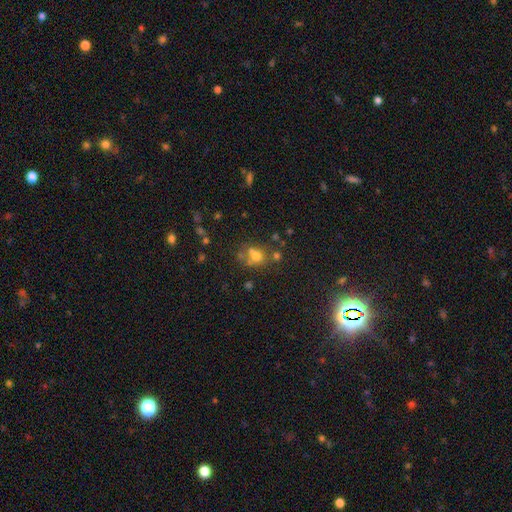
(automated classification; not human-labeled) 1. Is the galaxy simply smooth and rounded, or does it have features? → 60% smooth, 22% star or artifact, 18% featured or disk.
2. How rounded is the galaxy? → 74% round, 25% in between, 1% cigar-shaped.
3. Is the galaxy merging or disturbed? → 48% none, 35% merger, 11% minor disturbance, 6% major disturbance.